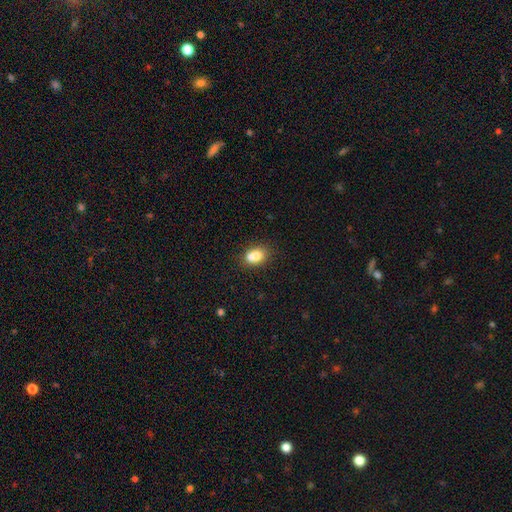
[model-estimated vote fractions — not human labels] Smooth or featured: smooth — 76% (featured or disk — 14%)
How rounded: in between — 65% (round — 33%)
Merging: none — 48% (merger — 35%)